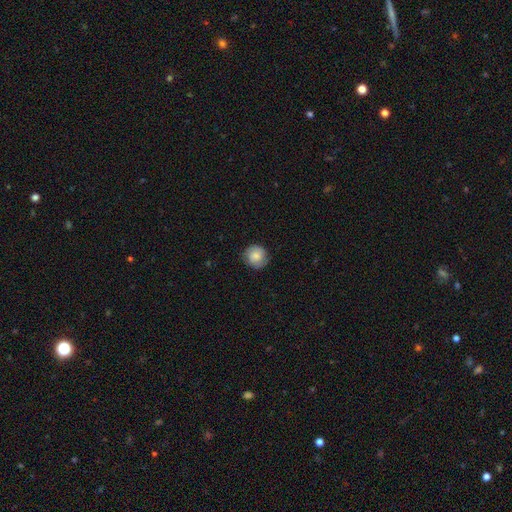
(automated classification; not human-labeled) Smooth or featured? Predicted: smooth (p=0.73). How rounded? Predicted: round (p=0.90). Merging? Predicted: none (p=0.82).